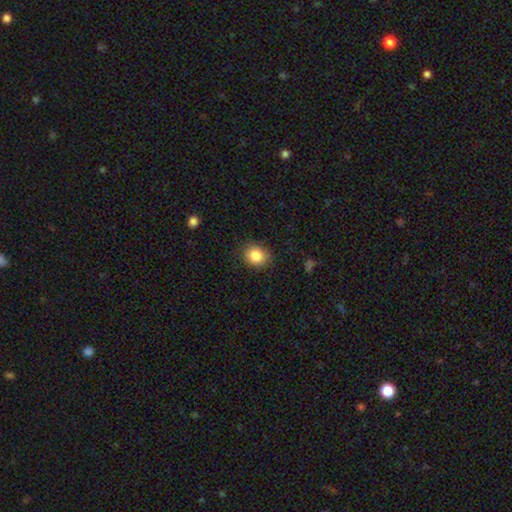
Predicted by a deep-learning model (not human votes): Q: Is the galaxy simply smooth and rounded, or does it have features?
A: smooth — 85%.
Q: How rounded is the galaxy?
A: round — 71%.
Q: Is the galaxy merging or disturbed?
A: none — 88%.